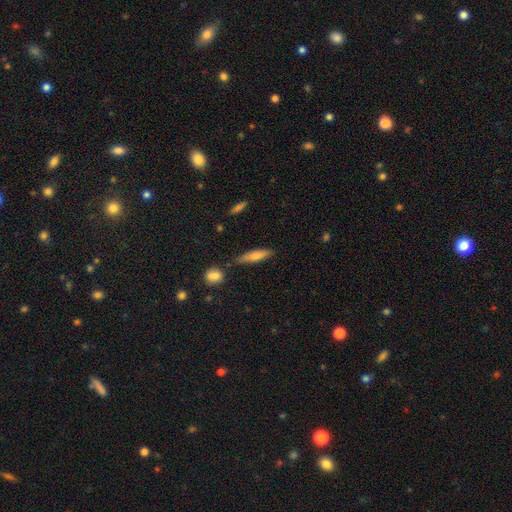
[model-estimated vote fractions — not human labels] This appears to be a smooth galaxy with no disk features (60%) that is cigar-shaped (73%). Merging: none (79%).